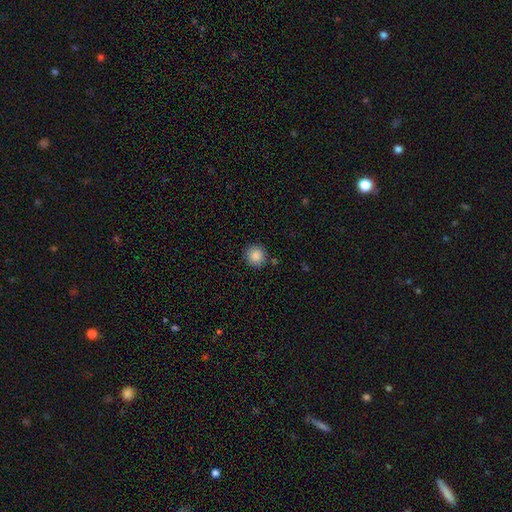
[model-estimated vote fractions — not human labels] Smooth or featured: smooth — 87% (star or artifact — 9%)
How rounded: round — 94% (in between — 5%)
Merging: none — 88% (minor disturbance — 7%)